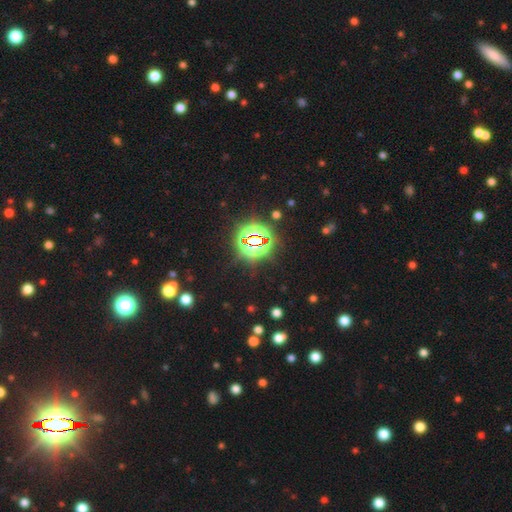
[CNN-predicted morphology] Smooth or featured?
  - star or artifact: 78% *
  - smooth: 14%
  - featured or disk: 8%